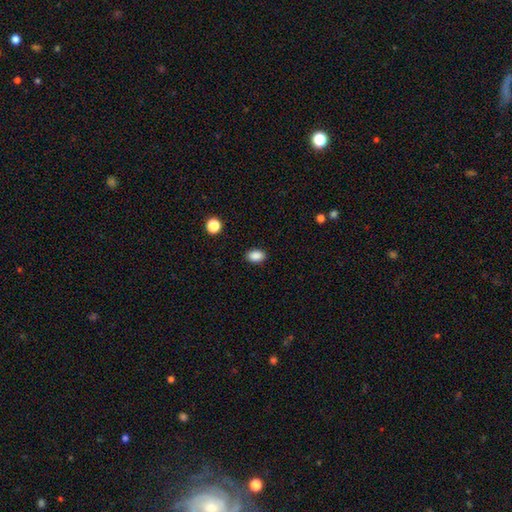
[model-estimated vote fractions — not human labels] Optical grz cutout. It shows a smooth galaxy with no disk features (88%) that is in between round and cigar-shaped (81%). Merging: none (89%).